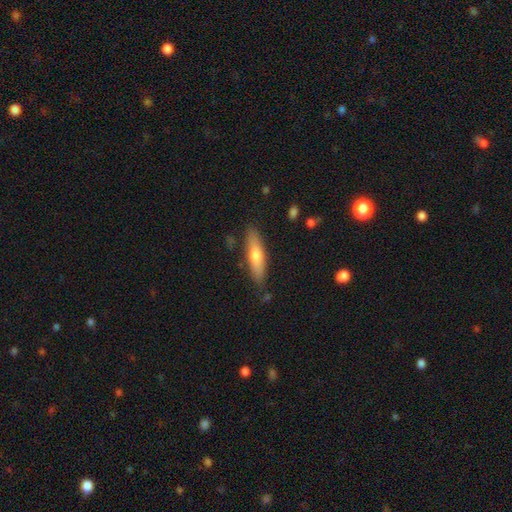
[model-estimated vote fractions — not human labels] Overall: smooth (62%; featured or disk 32%). How rounded: cigar-shaped (71%). Merging: none (84%).